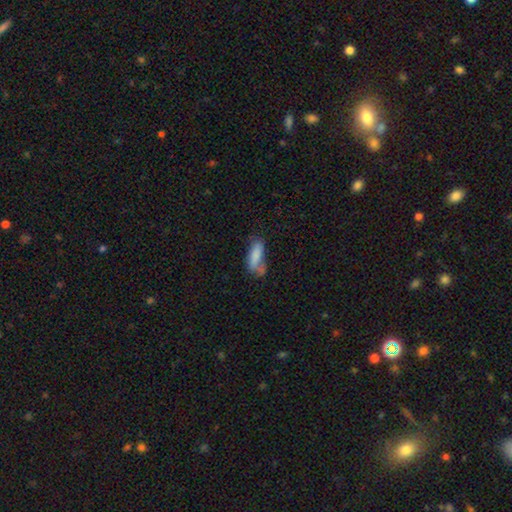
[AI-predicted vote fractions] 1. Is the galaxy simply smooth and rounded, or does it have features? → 75% smooth, 17% featured or disk, 8% star or artifact.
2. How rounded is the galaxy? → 69% in between, 29% cigar-shaped, 2% round.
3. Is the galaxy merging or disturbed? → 40% none, 31% minor disturbance, 20% major disturbance, 9% merger.